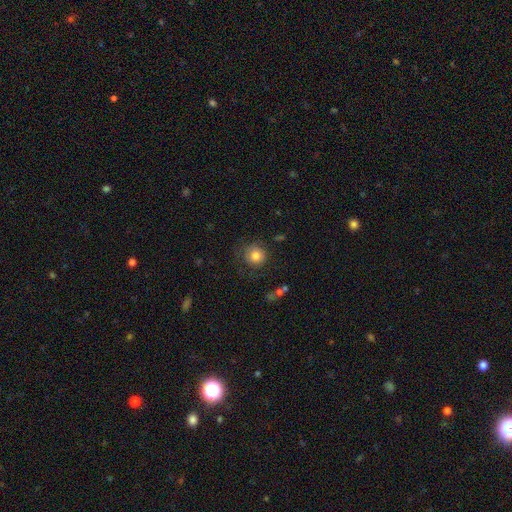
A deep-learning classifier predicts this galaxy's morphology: Smooth or featured? smooth (79%)
How rounded? round (92%)
Merging? none (74%)